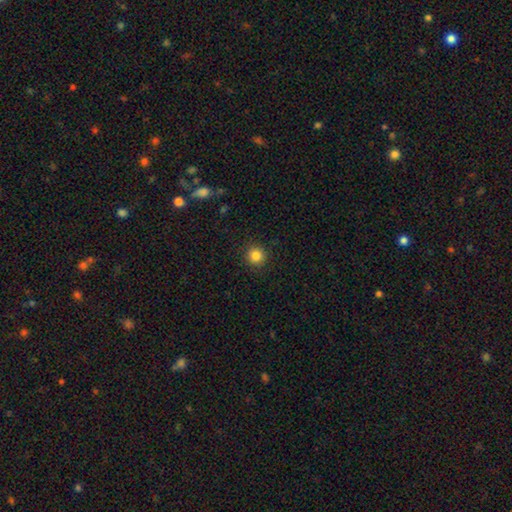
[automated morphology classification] A smooth galaxy with no disk features (85%) that is round (93%).

Vote fractions:
- Smooth or featured? smooth: 85% / star or artifact: 11% / featured or disk: 4%
- How rounded? round: 93% / in between: 6% / cigar-shaped: 1%
- Merging? none: 91% / minor disturbance: 6% / major disturbance: 2% / merger: 1%